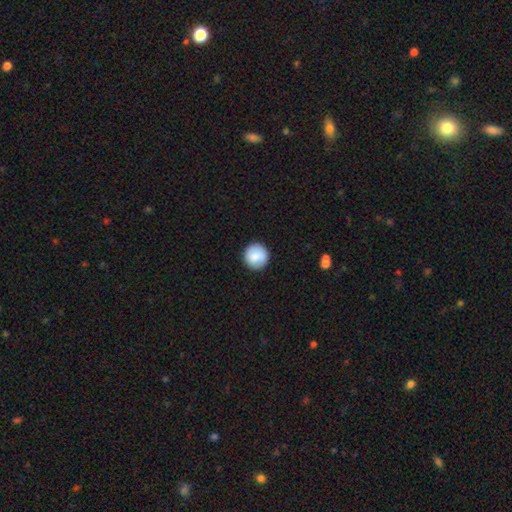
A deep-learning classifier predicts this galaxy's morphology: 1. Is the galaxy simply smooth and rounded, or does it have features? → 86% smooth, 7% featured or disk, 7% star or artifact.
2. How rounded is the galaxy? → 95% round, 4% in between, 1% cigar-shaped.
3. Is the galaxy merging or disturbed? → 91% none, 7% minor disturbance, 2% major disturbance, 1% merger.